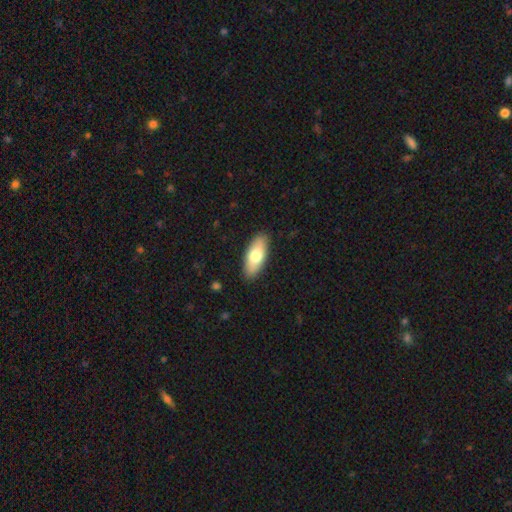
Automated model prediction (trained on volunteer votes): Smooth or featured: smooth — 73% (featured or disk — 22%)
How rounded: in between — 80% (cigar-shaped — 18%)
Merging: none — 89% (minor disturbance — 8%)